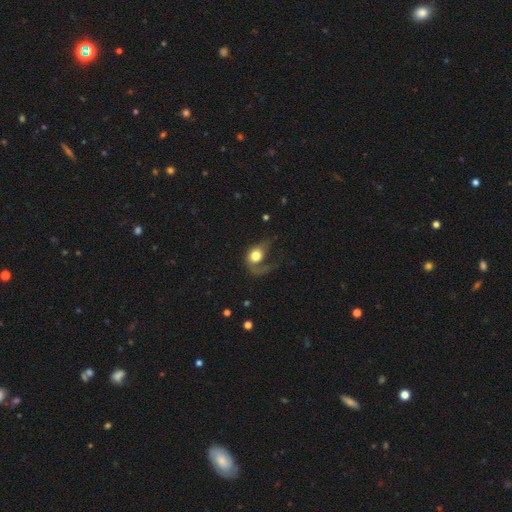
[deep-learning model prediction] This appears to be a smooth galaxy with no disk features (54%) that is round (54%). Merging: major disturbance (57%).